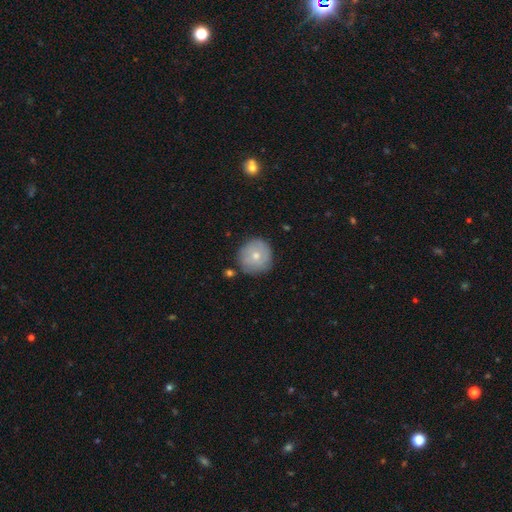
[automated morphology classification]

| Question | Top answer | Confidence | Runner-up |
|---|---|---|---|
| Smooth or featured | smooth | 64% | featured or disk (29%) |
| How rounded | round | 94% | in between (5%) |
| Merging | none | 79% | minor disturbance (15%) |